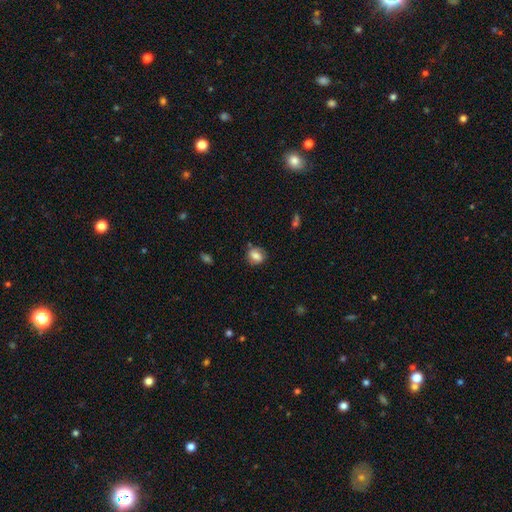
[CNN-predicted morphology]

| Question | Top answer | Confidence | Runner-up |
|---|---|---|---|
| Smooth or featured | smooth | 73% | featured or disk (18%) |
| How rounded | round | 54% | in between (44%) |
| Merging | none | 72% | minor disturbance (19%) |